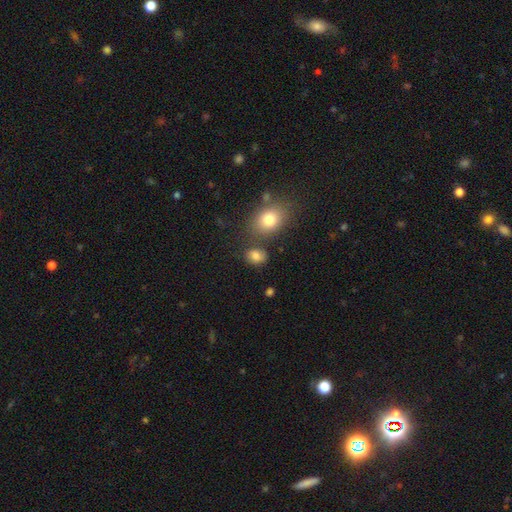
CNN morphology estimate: Overall: smooth (81%). How rounded: in between (61%; round 38%). Merging: none (70%).